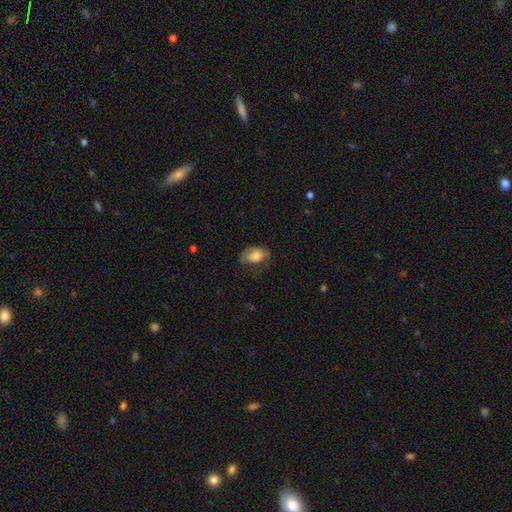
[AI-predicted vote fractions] Q: Smooth or featured?
A: smooth (72%); runner-up: featured or disk (20%)
Q: How rounded?
A: in between (83%); runner-up: round (16%)
Q: Merging?
A: none (49%); runner-up: minor disturbance (29%)